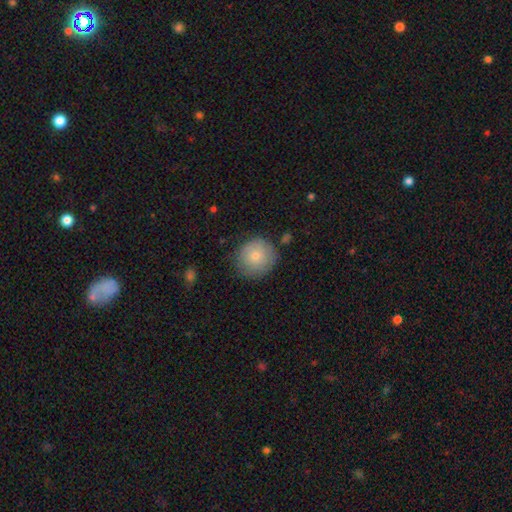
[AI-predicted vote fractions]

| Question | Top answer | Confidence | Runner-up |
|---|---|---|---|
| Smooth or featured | smooth | 78% | featured or disk (15%) |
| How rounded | round | 92% | in between (7%) |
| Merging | none | 79% | minor disturbance (15%) |